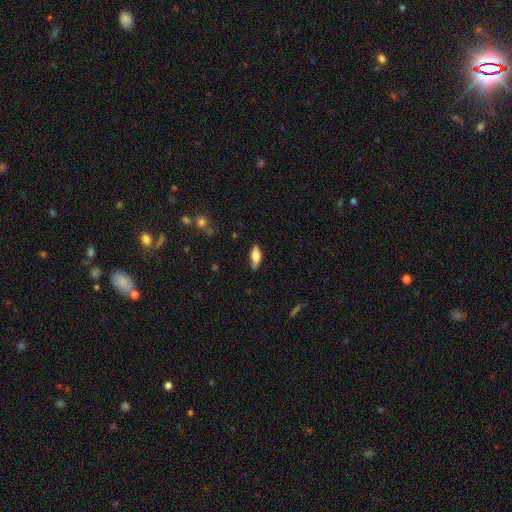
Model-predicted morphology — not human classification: Q: Smooth or featured?
A: smooth (68%); runner-up: featured or disk (25%)
Q: How rounded?
A: in between (72%); runner-up: cigar-shaped (25%)
Q: Merging?
A: none (79%); runner-up: minor disturbance (17%)